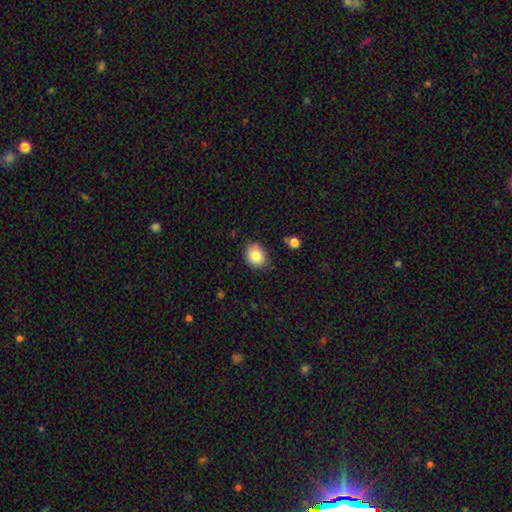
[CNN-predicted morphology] smooth-or-featured: smooth: 83% | star or artifact: 9% | featured or disk: 8%
  how-rounded: round: 51% | in between: 48% | cigar-shaped: 1%
  merging: none: 84% | minor disturbance: 12% | major disturbance: 2% | merger: 2%